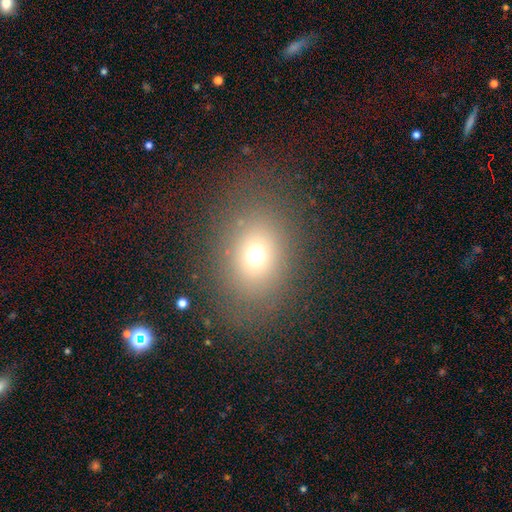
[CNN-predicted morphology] The model was most divided on "how rounded": in between: 53%, round: 45%, cigar-shaped: 1%. More confident: merging — none (79%); smooth or featured — smooth (68%).